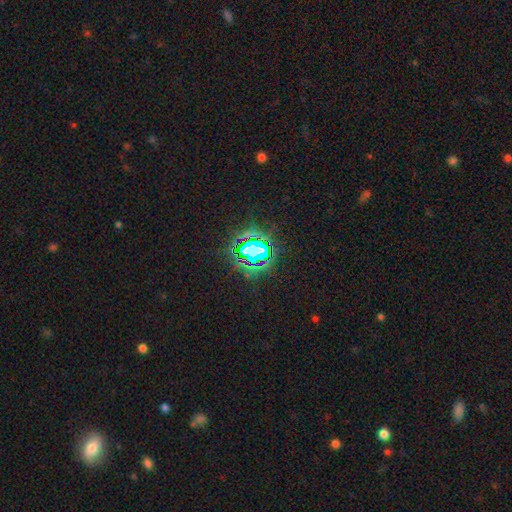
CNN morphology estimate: Q: Smooth or featured?
A: star or artifact (80%); runner-up: smooth (13%)